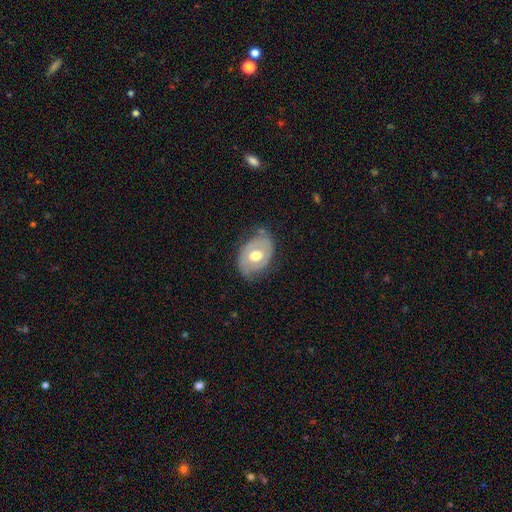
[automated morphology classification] type=featured or disk (59%); edge-on=no (94%); bar=no (67%); spiral arms=yes (51%); bulge=moderate (69%); merging=none (59%).